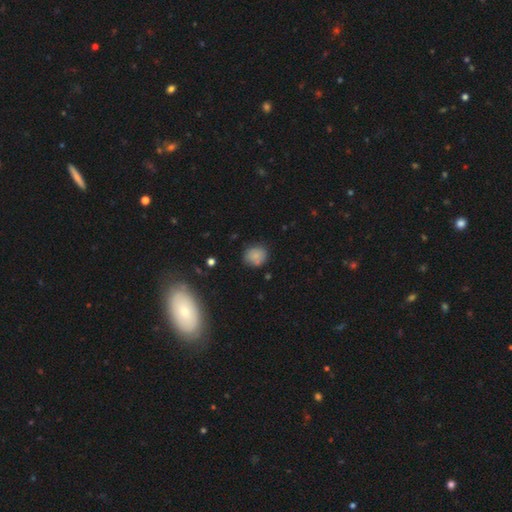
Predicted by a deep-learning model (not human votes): Overall: smooth (79%). How rounded: round (74%). Merging: none (76%).